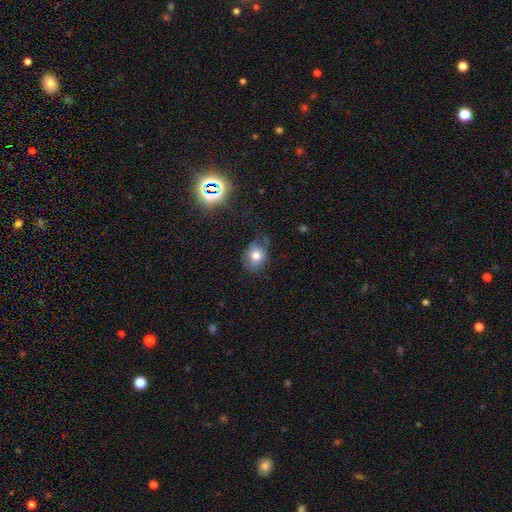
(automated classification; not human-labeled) smooth 70%, featured or disk 16%, star or artifact 14%. Down the decision tree: how rounded — round (50%); merging — none (61%).